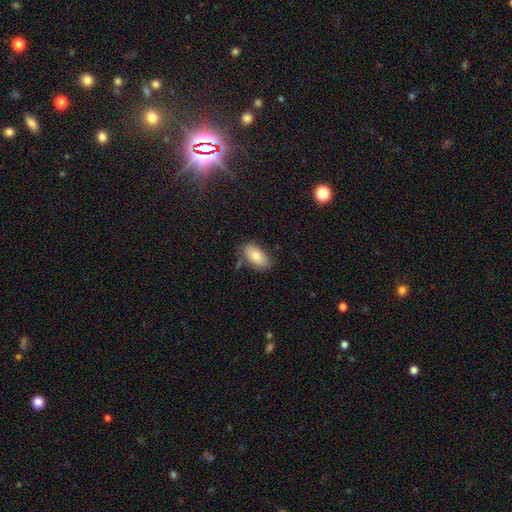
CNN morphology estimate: This is likely a smooth galaxy (78%). How rounded: clearly in between (93%). Merging: likely none (76%).